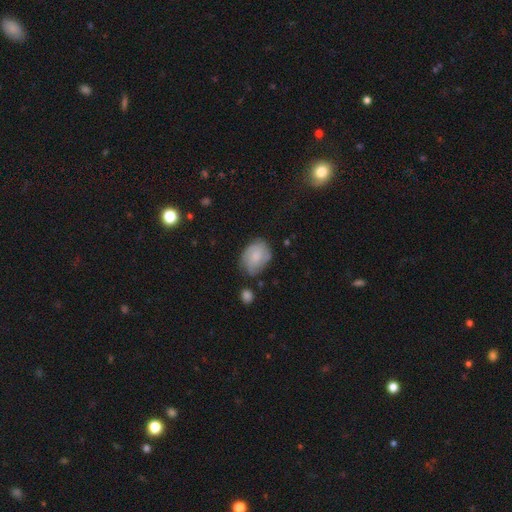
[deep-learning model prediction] smooth-or-featured: smooth: 60% | featured or disk: 33% | star or artifact: 8%
  how-rounded: in between: 71% | round: 28% | cigar-shaped: 1%
  merging: none: 61% | minor disturbance: 27% | major disturbance: 9% | merger: 4%